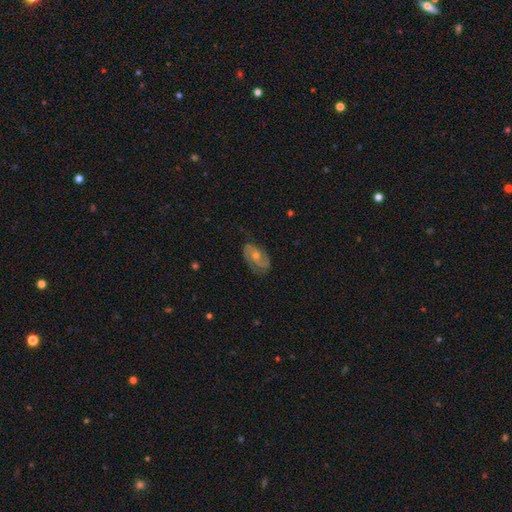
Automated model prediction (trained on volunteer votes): Q: Smooth or featured?
A: featured or disk (76%); runner-up: smooth (15%)
Q: Edge-on disk?
A: no (96%); runner-up: yes (4%)
Q: Bar?
A: no (63%); runner-up: weak (30%)
Q: Spiral arms?
A: yes (90%); runner-up: no (10%)
Q: Spiral winding?
A: medium (44%); runner-up: tight (43%)
Q: Spiral arm count?
A: 2 (77%); runner-up: can't tell (13%)
Q: Bulge size?
A: moderate (60%); runner-up: small (35%)
Q: Merging?
A: none (78%); runner-up: minor disturbance (16%)